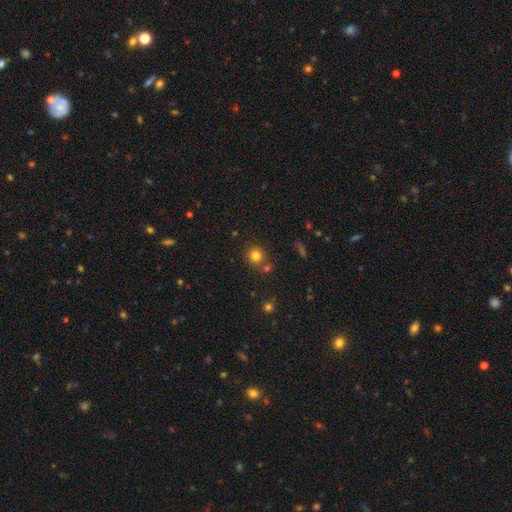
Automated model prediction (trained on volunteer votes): smooth-or-featured: smooth: 80% | star or artifact: 13% | featured or disk: 7%
  how-rounded: round: 87% | in between: 12% | cigar-shaped: 1%
  merging: none: 70% | merger: 18% | minor disturbance: 9% | major disturbance: 3%